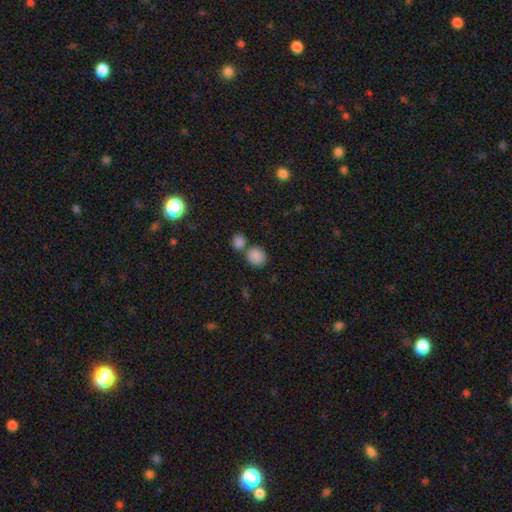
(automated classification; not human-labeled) smooth-or-featured: smooth: 87% | star or artifact: 9% | featured or disk: 4%
  how-rounded: round: 76% | in between: 23% | cigar-shaped: 1%
  merging: none: 59% | merger: 30% | minor disturbance: 9% | major disturbance: 3%